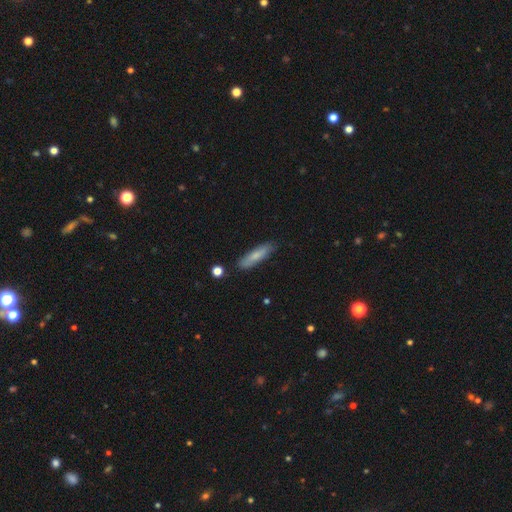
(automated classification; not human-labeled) smooth_or_featured: smooth (p=0.74) [alt: featured or disk p=0.19]
how_rounded: cigar-shaped (p=0.74) [alt: in between p=0.25]
merging: none (p=0.84) [alt: minor disturbance p=0.12]